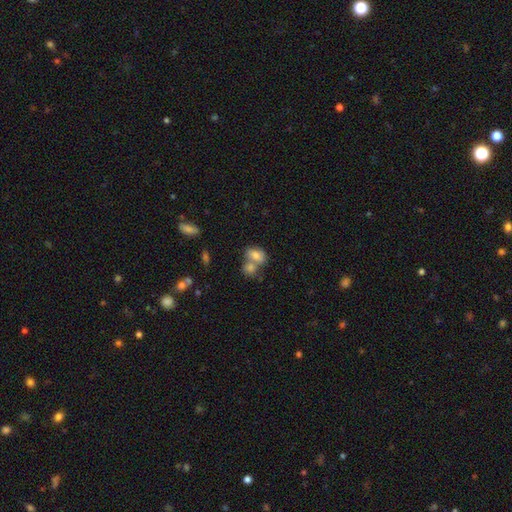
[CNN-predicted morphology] A smooth galaxy with no disk features (77%) that is in between round and cigar-shaped (78%).

Vote fractions:
- Smooth or featured? smooth: 77% / featured or disk: 14% / star or artifact: 9%
- How rounded? in between: 78% / round: 20% / cigar-shaped: 2%
- Merging? merger: 53% / none: 33% / minor disturbance: 10% / major disturbance: 4%